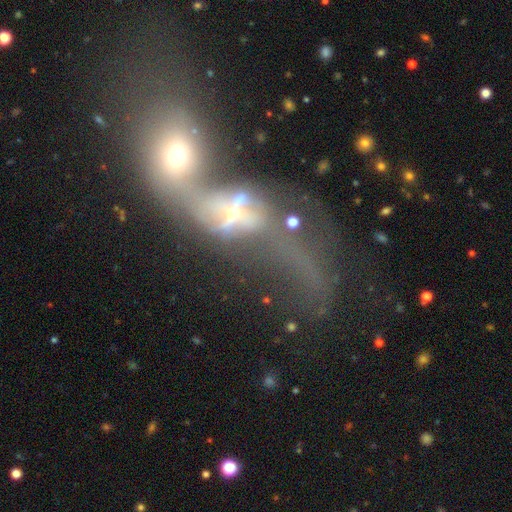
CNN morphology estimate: The model was most divided on "smooth or featured": featured or disk: 55%, smooth: 29%, star or artifact: 16%. More confident: edge-on disk — no (90%); merging — merger (79%).